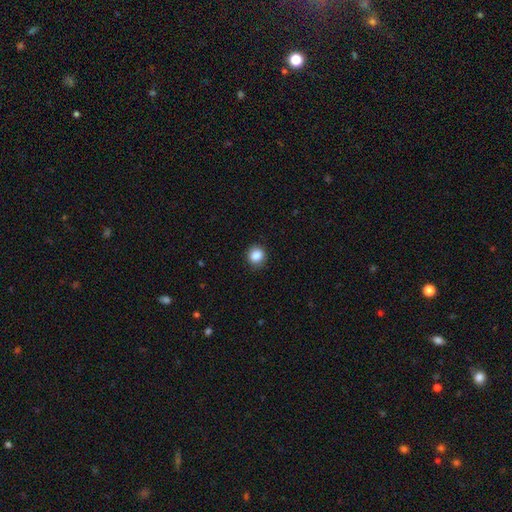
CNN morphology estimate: A smooth galaxy with no disk features (86%) that is round (87%). Merging: none (90%).